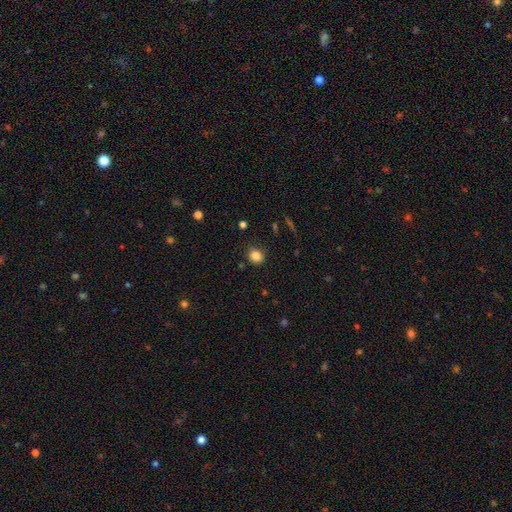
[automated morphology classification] type=smooth (84%); roundness=round (75%); merging=none (81%).